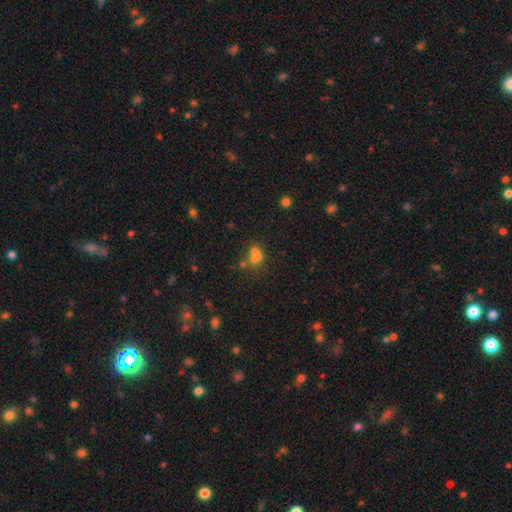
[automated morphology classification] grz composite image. It shows a smooth galaxy with no disk features (60%) that is round (51%). Merging: merger (52%).